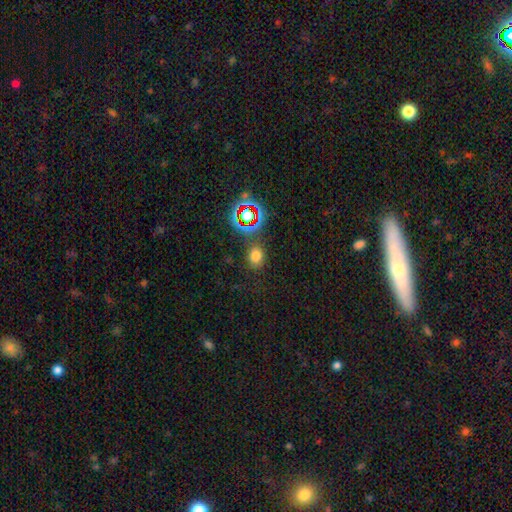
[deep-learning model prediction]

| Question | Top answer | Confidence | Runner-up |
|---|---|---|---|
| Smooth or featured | smooth | 69% | star or artifact (23%) |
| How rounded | round | 61% | in between (38%) |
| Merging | none | 77% | minor disturbance (12%) |